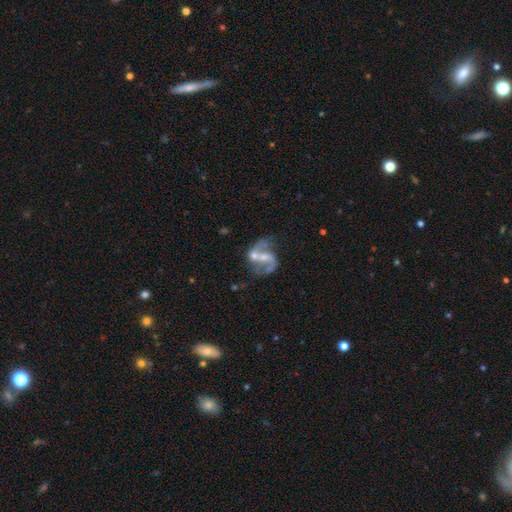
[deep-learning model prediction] This is clearly a featured or disk galaxy (83%). It is clearly not viewed edge-on (97%). Bar: marginally weak (43%). Spiral arm pattern: clearly yes (91%). Spiral arm count: clearly 2 (87%). Spiral winding: possibly loose (53%). Central bulge: possibly small (49%). Merging: possibly none (46%).